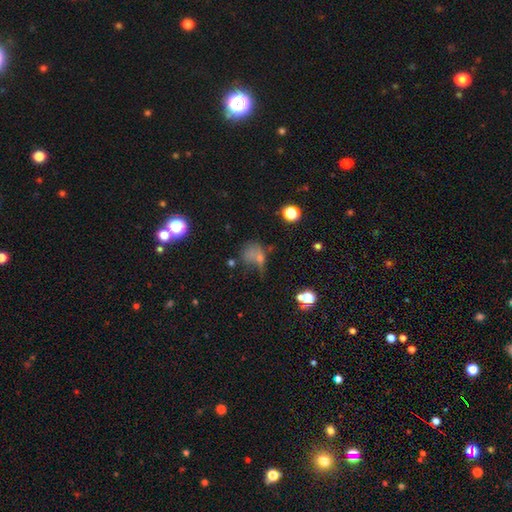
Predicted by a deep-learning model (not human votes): Smooth or featured? Predicted: smooth (p=0.57). How rounded? Predicted: round (p=0.49). Merging? Predicted: major disturbance (p=0.38).